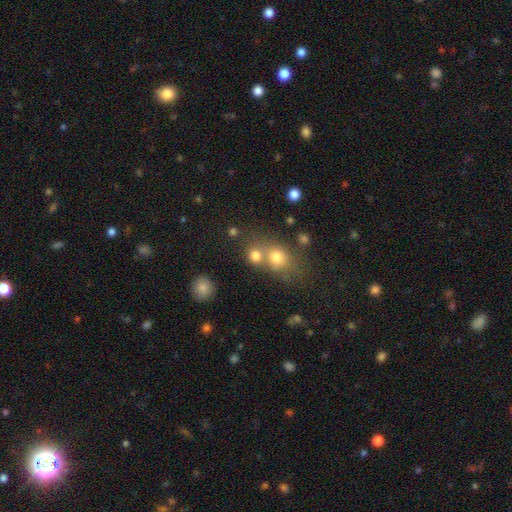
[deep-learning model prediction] This appears to be a smooth galaxy with no disk features (75%) that is round (72%). Merging: none (43%, tied with merger).